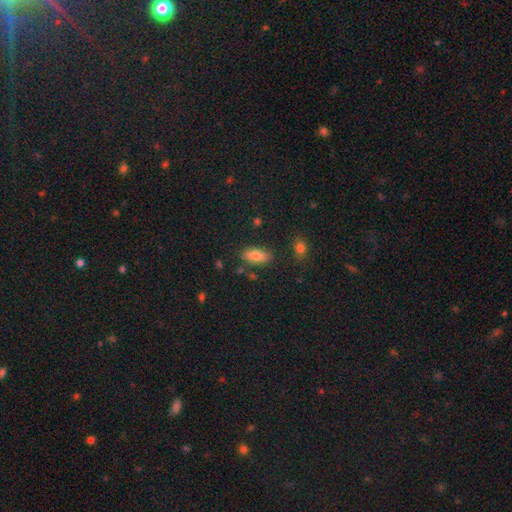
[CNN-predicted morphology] Q: Smooth or featured?
A: smooth (79%); runner-up: featured or disk (12%)
Q: How rounded?
A: in between (87%); runner-up: cigar-shaped (9%)
Q: Merging?
A: none (81%); runner-up: minor disturbance (12%)